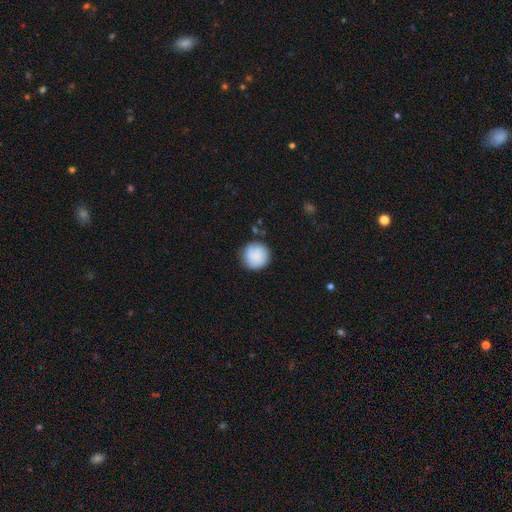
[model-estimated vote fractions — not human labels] The model was most divided on "merging": none: 83%, minor disturbance: 12%, major disturbance: 3%, merger: 2%. More confident: how rounded — round (94%); smooth or featured — smooth (87%).